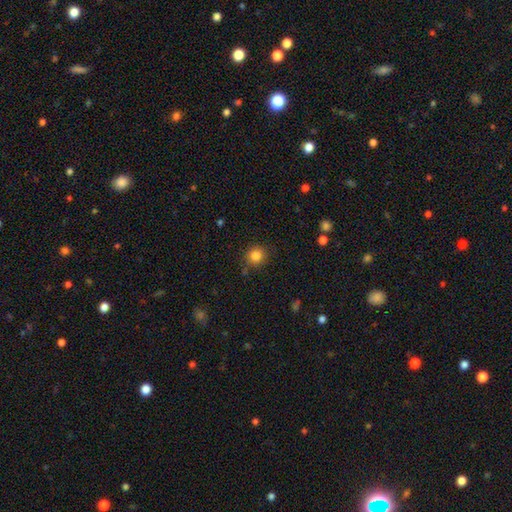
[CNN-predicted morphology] smooth_or_featured: smooth (p=0.83) [alt: star or artifact p=0.12]
how_rounded: round (p=0.89) [alt: in between p=0.10]
merging: none (p=0.83) [alt: minor disturbance p=0.11]